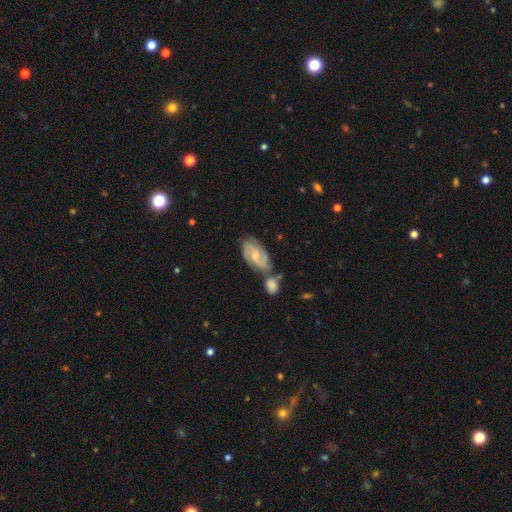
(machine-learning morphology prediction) The model was most divided on "bulge size": moderate: 46%, small: 45%, none: 5%, large: 3%, dominant: 1%. Remaining: edge-on disk — no (95%); spiral arms — yes (93%); spiral arm count — 2 (80%); smooth or featured — featured or disk (71%); merging — none (50%); bar — weak (48%); spiral winding — medium (46%).